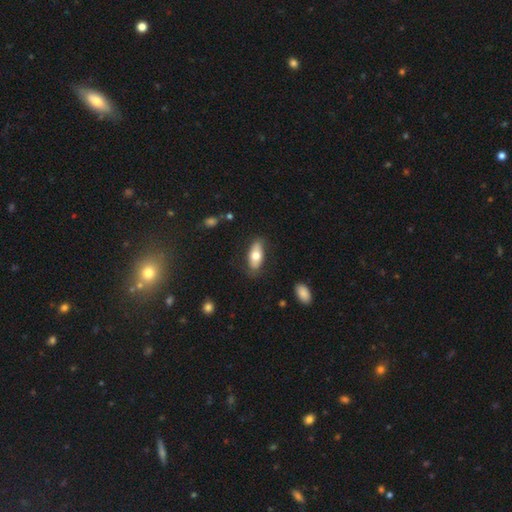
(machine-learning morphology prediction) type=smooth (70%); roundness=in between (85%); merging=none (81%).